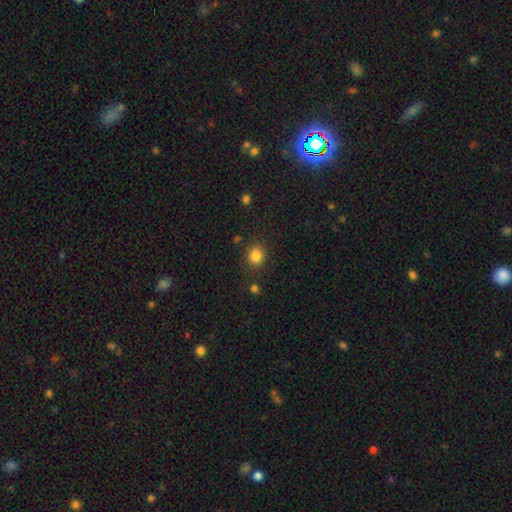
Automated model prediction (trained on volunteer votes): This is clearly a smooth galaxy (84%). How rounded: clearly round (84%). Merging: clearly none (86%).